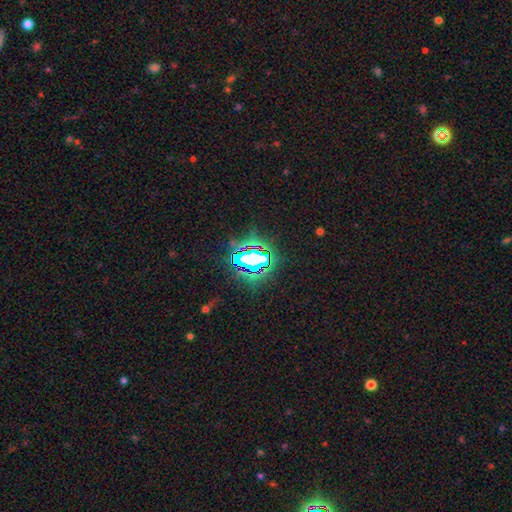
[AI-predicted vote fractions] Smooth or featured: star or artifact — 72% (smooth — 15%)